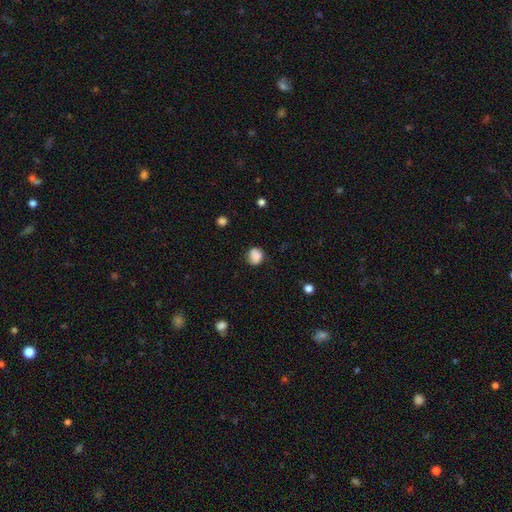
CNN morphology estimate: Overall: smooth (82%). How rounded: round (73%). Merging: none (69%).